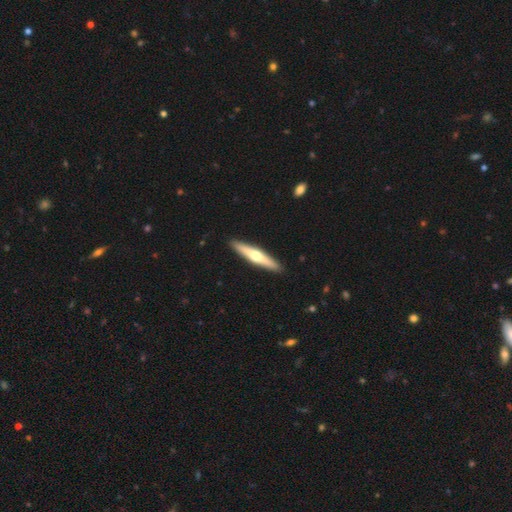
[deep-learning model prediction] This appears to be a featured or disk galaxy (56%) viewed edge-on (95%) with a rounded central bulge (92%). Merging: none (92%).